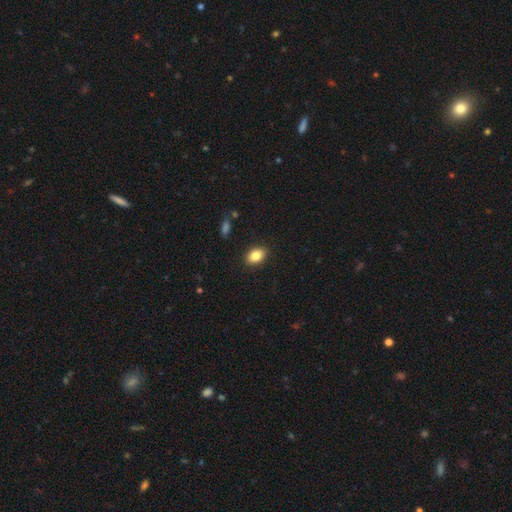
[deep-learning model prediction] The model was most divided on "how rounded": in between: 82%, round: 17%, cigar-shaped: 1%. More confident: merging — none (88%); smooth or featured — smooth (85%).